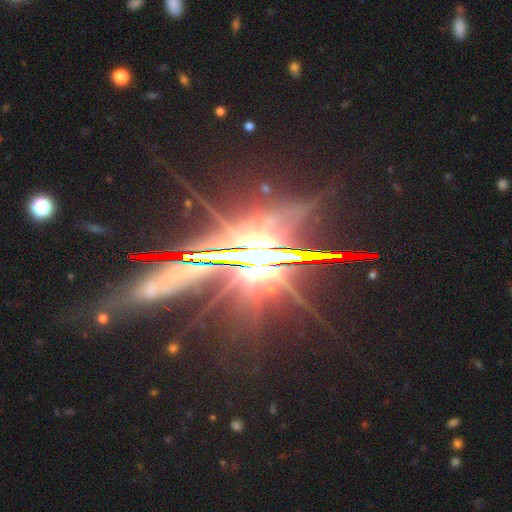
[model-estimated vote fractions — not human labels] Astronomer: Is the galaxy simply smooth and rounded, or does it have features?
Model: star or artifact — 52% (runner-up: featured or disk, 40%).